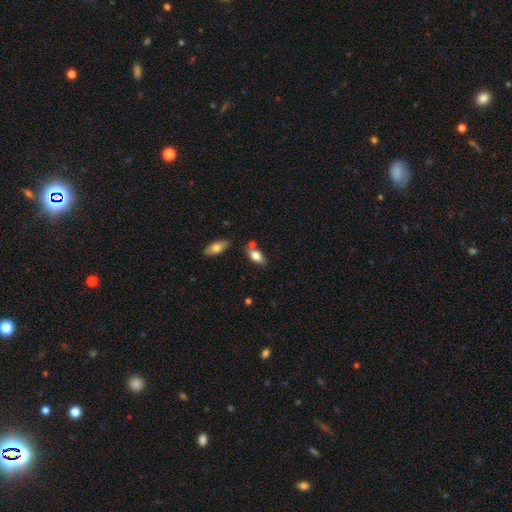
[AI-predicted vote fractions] Smooth or featured?
  - smooth: 76% *
  - featured or disk: 17%
  - star or artifact: 7%
How rounded?
  - in between: 86% *
  - cigar-shaped: 10%
  - round: 4%
Merging?
  - none: 68% *
  - minor disturbance: 14%
  - merger: 14%
  - major disturbance: 3%